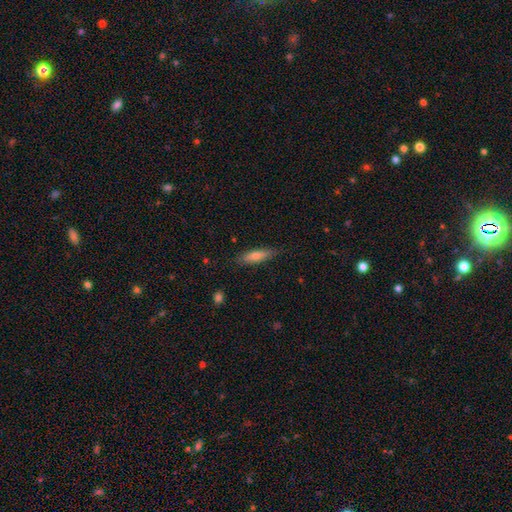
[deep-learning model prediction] smooth 65%, featured or disk 28%, star or artifact 6%. Down the decision tree: how rounded — cigar-shaped (74%); merging — none (84%).